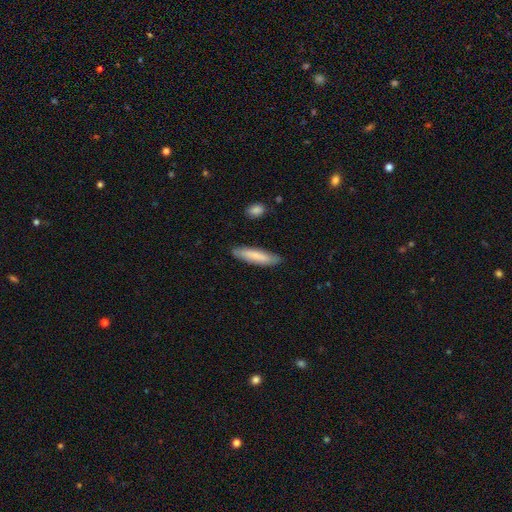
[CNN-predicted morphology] This appears to be a smooth galaxy with no disk features (76%) that is cigar-shaped (77%). Merging: none (84%).